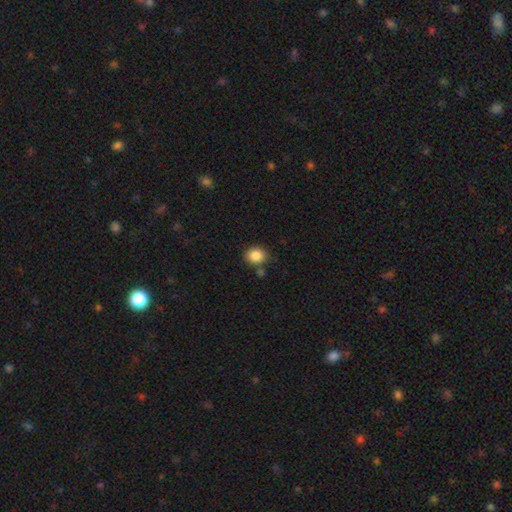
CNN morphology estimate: This appears to be a smooth galaxy with no disk features (86%) that is round (65%). Merging: none (78%).